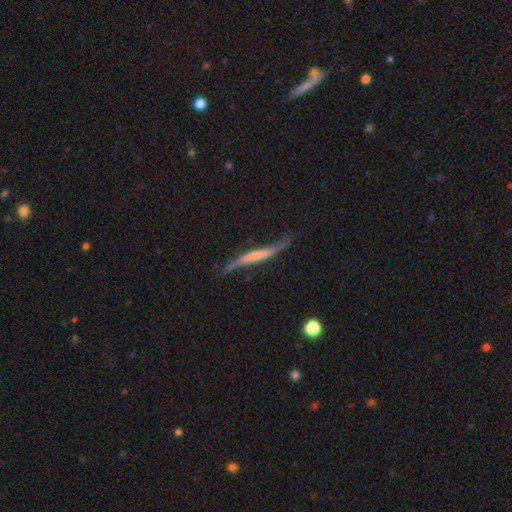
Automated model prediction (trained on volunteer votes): Morphology: type=featured or disk (59%); edge-on=yes (79%); merging=none (56%).